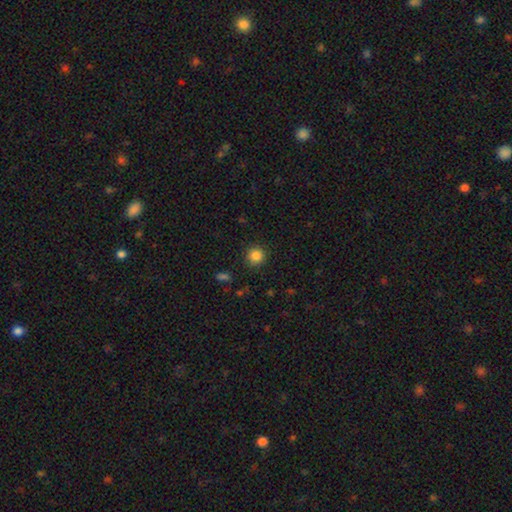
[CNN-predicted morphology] Smooth or featured: smooth — 85% (star or artifact — 11%)
How rounded: round — 92% (in between — 7%)
Merging: none — 89% (minor disturbance — 7%)